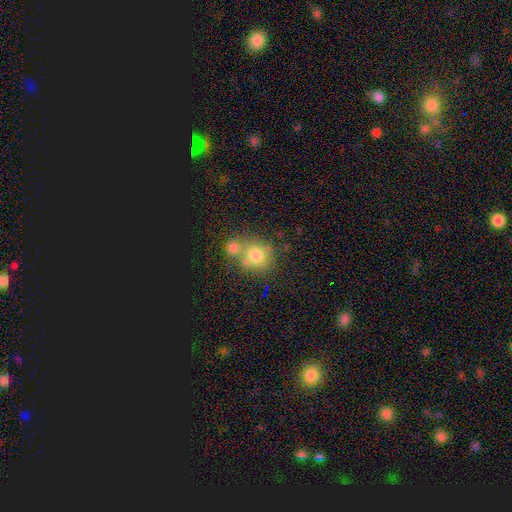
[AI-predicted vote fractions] Smooth or featured? Predicted: smooth (p=0.74). How rounded? Predicted: round (p=0.80). Merging? Predicted: none (p=0.44).